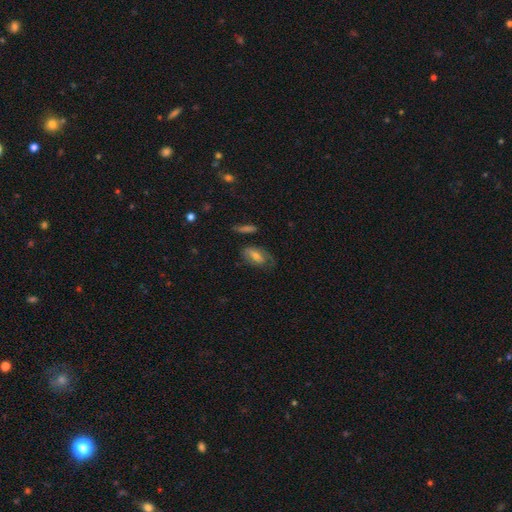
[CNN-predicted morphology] A featured or disk galaxy (47%). Merging: none (59%).